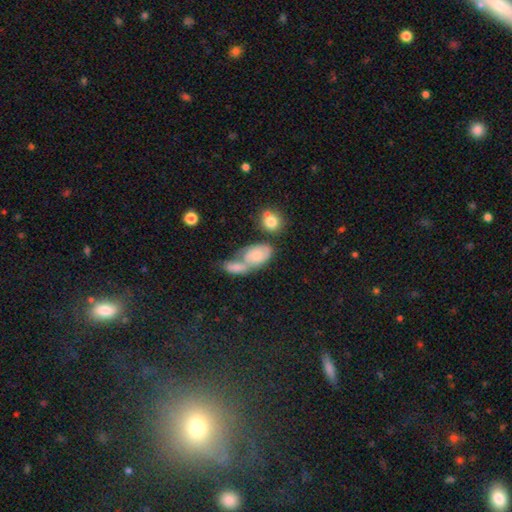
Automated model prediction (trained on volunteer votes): The model was most divided on "merging": merger: 58%, none: 23%, minor disturbance: 11%, major disturbance: 7%. More confident: how rounded — in between (86%); smooth or featured — smooth (67%).